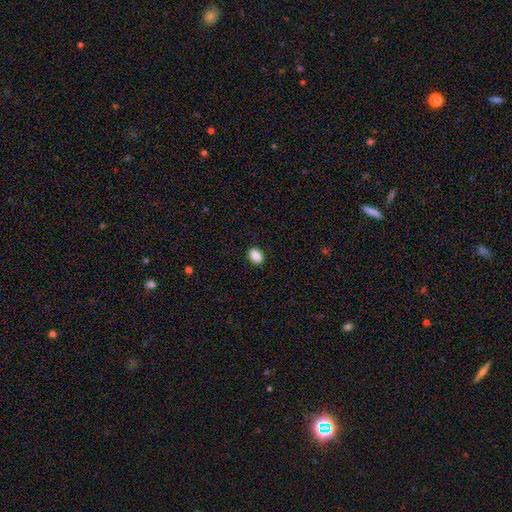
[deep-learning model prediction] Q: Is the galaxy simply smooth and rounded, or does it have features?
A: smooth — 88%.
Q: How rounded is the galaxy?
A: in between — 81%.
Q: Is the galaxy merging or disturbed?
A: none — 90%.